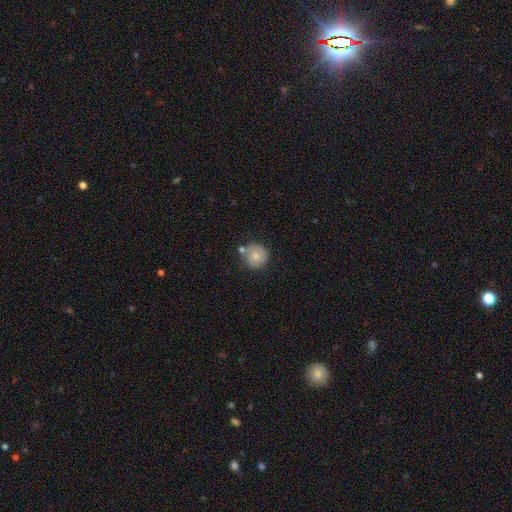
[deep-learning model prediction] Smooth or featured? Predicted: smooth (p=0.75). How rounded? Predicted: round (p=0.93). Merging? Predicted: none (p=0.65).